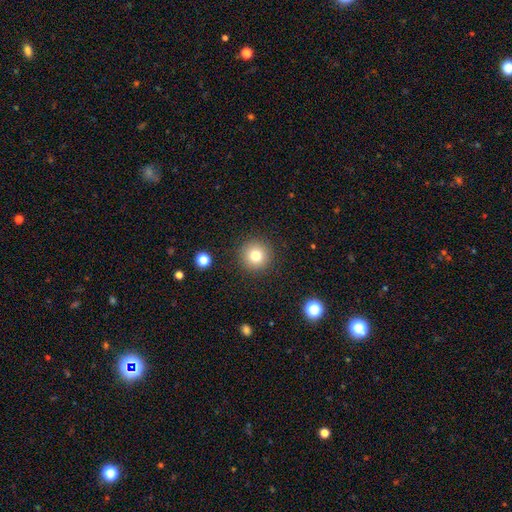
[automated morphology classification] Smooth or featured? smooth (78%)
How rounded? round (96%)
Merging? none (90%)